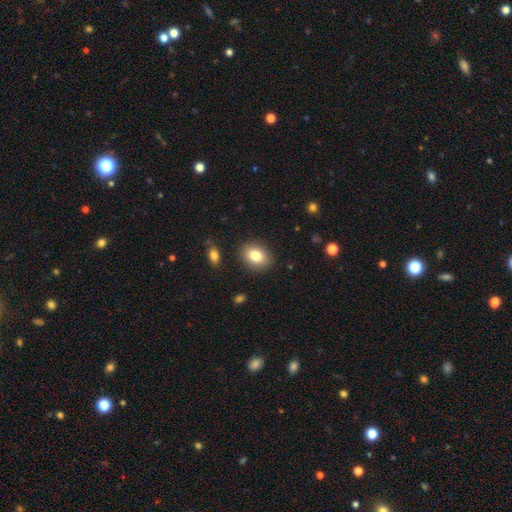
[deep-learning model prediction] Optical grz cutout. It shows a smooth galaxy with no disk features (81%) that is in between round and cigar-shaped (66%). Merging: none (88%).